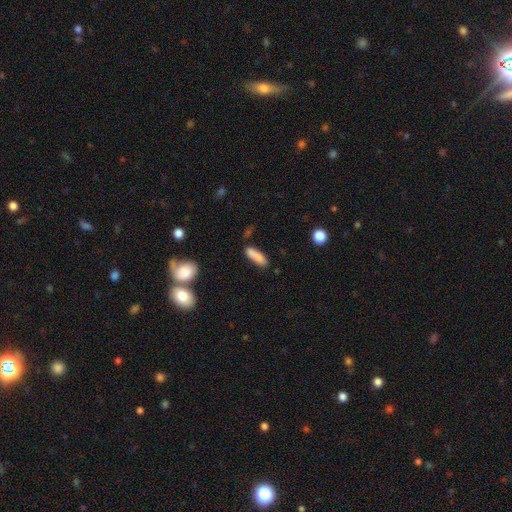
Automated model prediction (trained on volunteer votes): The model was most divided on "how rounded": cigar-shaped: 57%, in between: 41%, round: 2%. More confident: smooth or featured — smooth (84%); merging — none (72%).